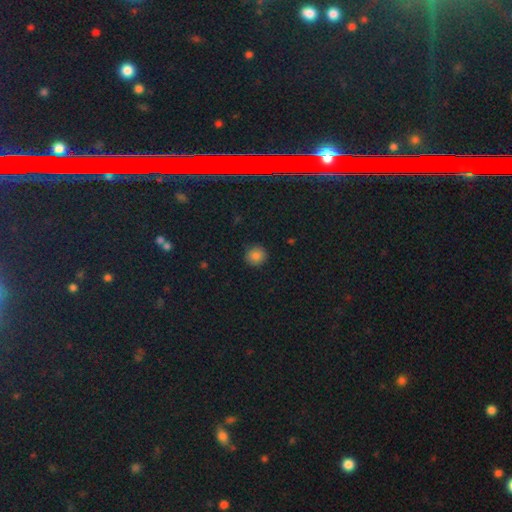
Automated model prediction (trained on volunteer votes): Smooth or featured?
  - smooth: 84% *
  - star or artifact: 11%
  - featured or disk: 4%
How rounded?
  - round: 92% *
  - in between: 7%
  - cigar-shaped: 1%
Merging?
  - none: 91% *
  - minor disturbance: 6%
  - major disturbance: 2%
  - merger: 1%